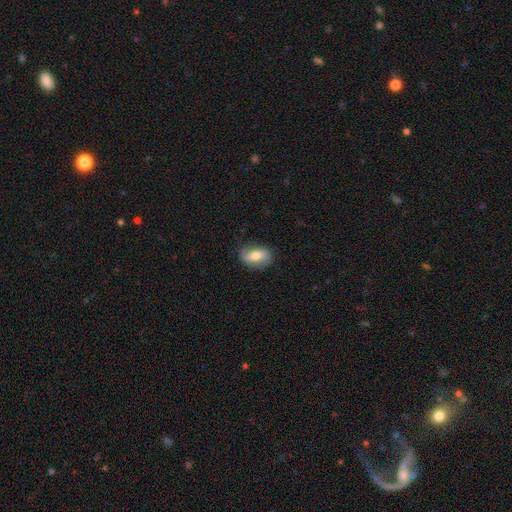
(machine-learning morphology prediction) Overall: smooth (54%; featured or disk 39%). How rounded: in between (84%). Merging: none (79%).